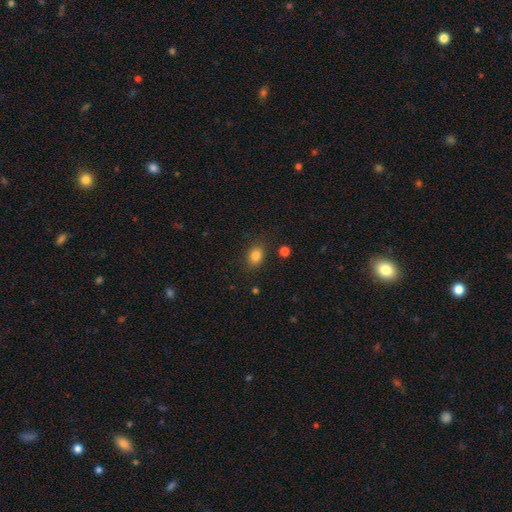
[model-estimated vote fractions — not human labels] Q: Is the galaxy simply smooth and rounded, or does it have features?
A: smooth — 83%.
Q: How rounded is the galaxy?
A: in between — 64%.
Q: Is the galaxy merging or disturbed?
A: none — 83%.